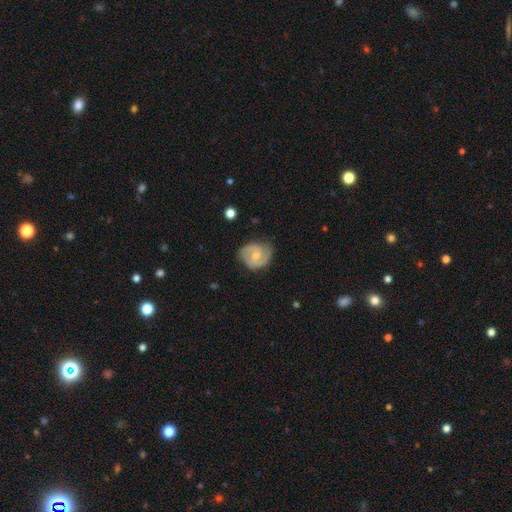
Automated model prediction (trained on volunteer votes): This appears to be a featured or disk galaxy (82%) with no bar (50%), 2 (87%) medium (48%) spiral arms (97%) and a small central bulge (58%). Merging: none (76%).